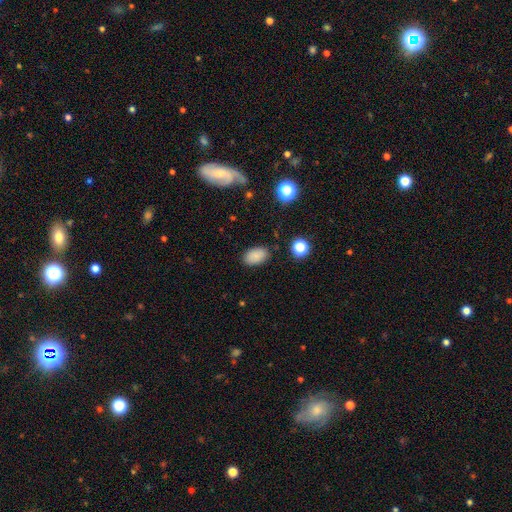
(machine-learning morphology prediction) Smooth or featured: smooth — 85% (star or artifact — 10%)
How rounded: in between — 91% (round — 8%)
Merging: none — 86% (minor disturbance — 10%)